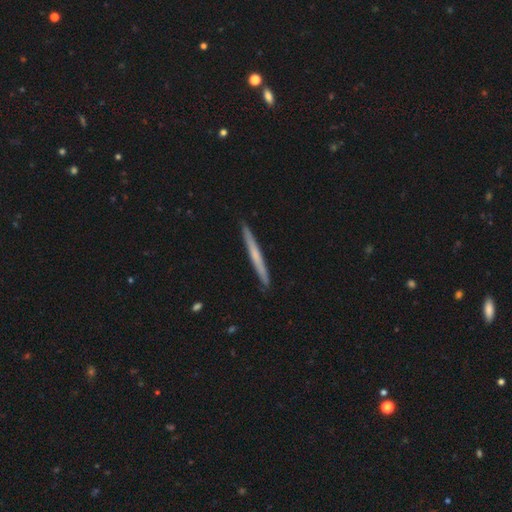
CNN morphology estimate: Smooth or featured?
  - smooth: 48% *
  - featured or disk: 46%
  - star or artifact: 5%
Merging?
  - none: 92% *
  - minor disturbance: 6%
  - major disturbance: 1%
  - merger: 1%